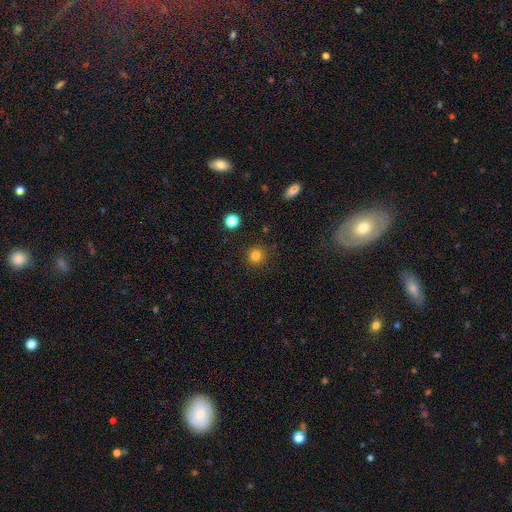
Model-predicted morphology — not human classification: Q: Smooth or featured?
A: smooth (81%); runner-up: star or artifact (13%)
Q: How rounded?
A: round (93%); runner-up: in between (6%)
Q: Merging?
A: none (89%); runner-up: minor disturbance (7%)